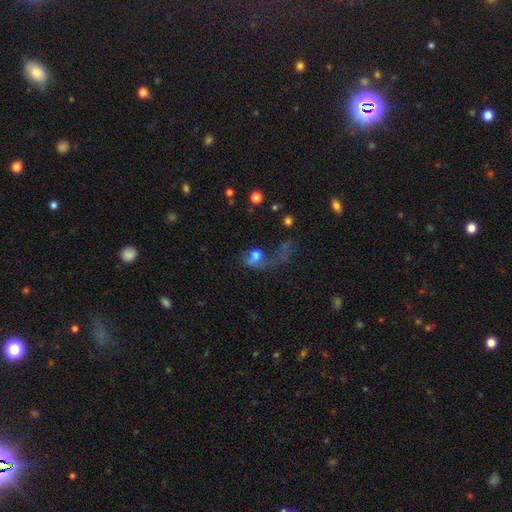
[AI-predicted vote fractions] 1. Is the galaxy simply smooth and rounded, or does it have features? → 63% smooth, 24% featured or disk, 13% star or artifact.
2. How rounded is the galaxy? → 59% in between, 38% round, 3% cigar-shaped.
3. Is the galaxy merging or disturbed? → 59% major disturbance, 16% merger, 14% none, 12% minor disturbance.